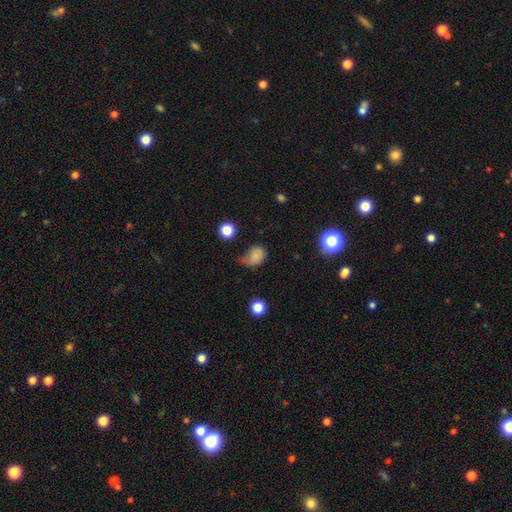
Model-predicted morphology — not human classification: This appears to be a smooth galaxy with no disk features (75%) that is in between round and cigar-shaped (60%). Merging: minor disturbance (36%).